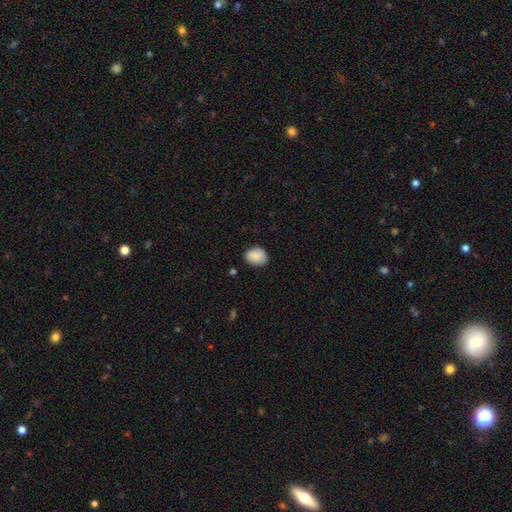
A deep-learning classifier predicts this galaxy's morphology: smooth-or-featured: smooth: 87% | star or artifact: 7% | featured or disk: 6%
  how-rounded: in between: 70% | round: 29% | cigar-shaped: 1%
  merging: none: 76% | minor disturbance: 19% | major disturbance: 3% | merger: 1%